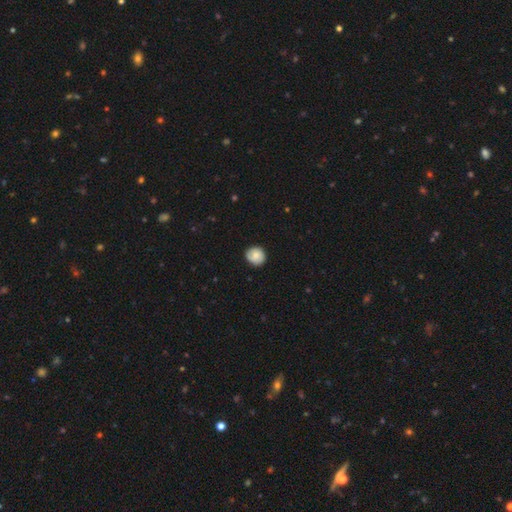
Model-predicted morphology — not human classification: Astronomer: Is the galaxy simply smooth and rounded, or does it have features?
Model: smooth — 73%.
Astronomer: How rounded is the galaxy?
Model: round — 85%.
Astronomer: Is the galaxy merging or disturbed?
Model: none — 82%.